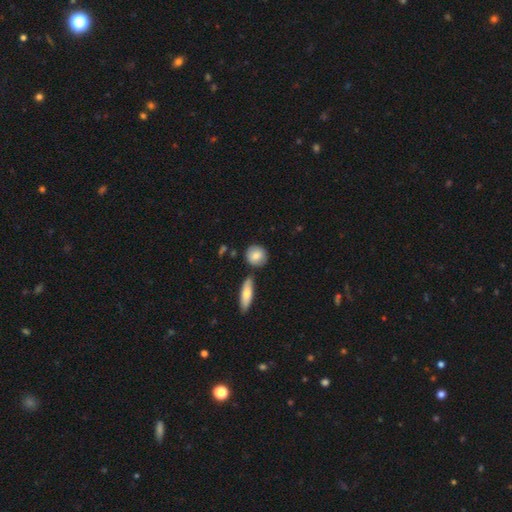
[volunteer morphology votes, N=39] Smooth or featured? smooth (85%)
How rounded? round (73%)
Merging? none (78%)